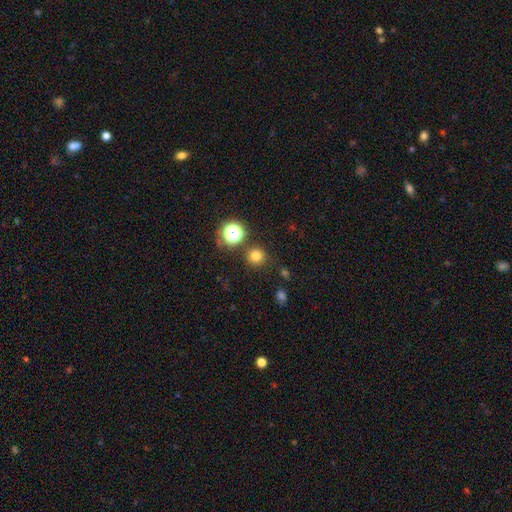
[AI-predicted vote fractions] Q: Smooth or featured?
A: smooth (74%); runner-up: star or artifact (20%)
Q: How rounded?
A: round (94%); runner-up: in between (5%)
Q: Merging?
A: none (85%); runner-up: minor disturbance (8%)